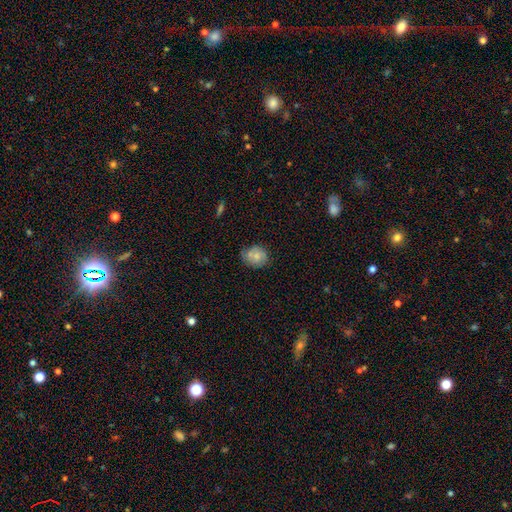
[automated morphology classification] The model was most divided on "how rounded": round: 62%, in between: 37%, cigar-shaped: 1%. More confident: smooth or featured — smooth (66%); merging — none (62%).